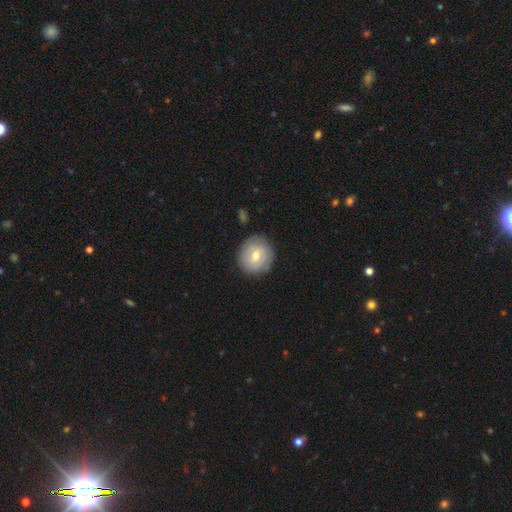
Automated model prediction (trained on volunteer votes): This appears to be a smooth galaxy with no disk features (50%). Merging: none (83%).